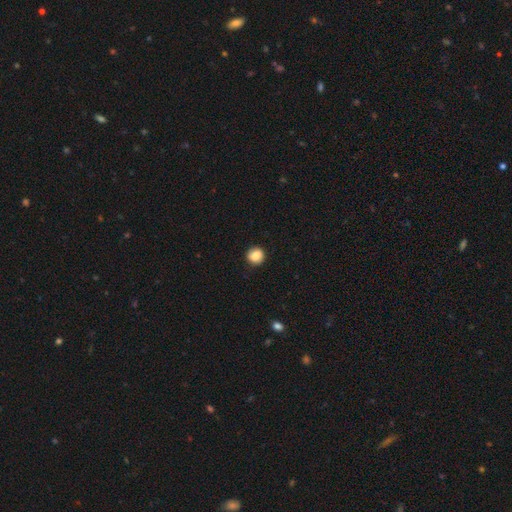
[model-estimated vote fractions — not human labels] A smooth galaxy with no disk features (87%) that is round (90%).

Vote fractions:
- Smooth or featured? smooth: 87% / star or artifact: 9% / featured or disk: 4%
- How rounded? round: 90% / in between: 10% / cigar-shaped: 1%
- Merging? none: 88% / minor disturbance: 9% / major disturbance: 2% / merger: 1%